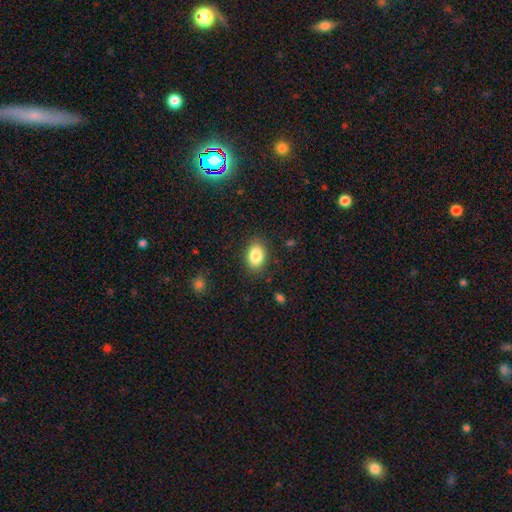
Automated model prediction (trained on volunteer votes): Smooth or featured? smooth (85%)
How rounded? in between (83%)
Merging? none (85%)